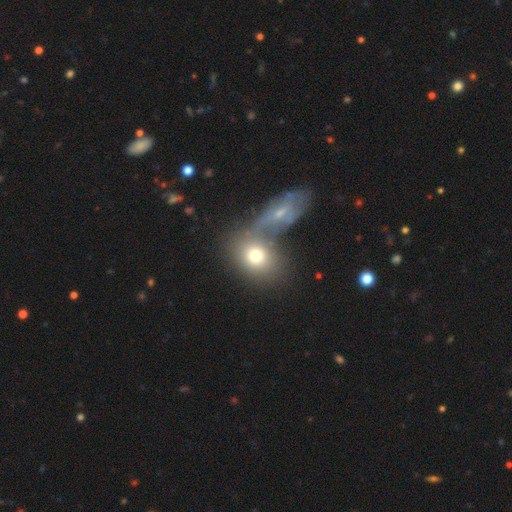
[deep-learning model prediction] smooth-or-featured: smooth: 70% | featured or disk: 19% | star or artifact: 10%
  how-rounded: round: 51% | in between: 46% | cigar-shaped: 3%
  merging: merger: 44% | none: 39% | minor disturbance: 10% | major disturbance: 7%